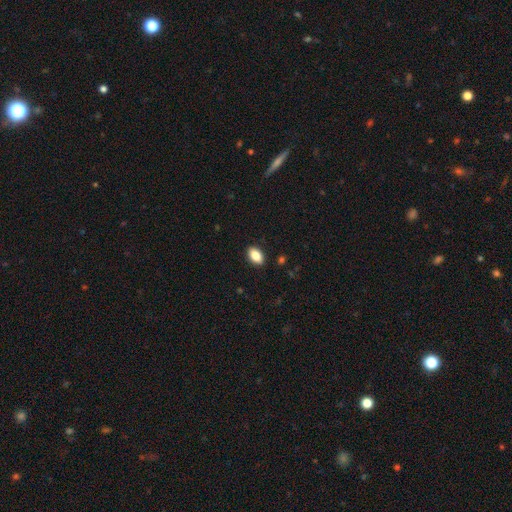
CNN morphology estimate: Smooth or featured?
  - smooth: 86% *
  - star or artifact: 7%
  - featured or disk: 6%
How rounded?
  - in between: 91% *
  - round: 7%
  - cigar-shaped: 2%
Merging?
  - none: 90% *
  - minor disturbance: 7%
  - major disturbance: 2%
  - merger: 1%